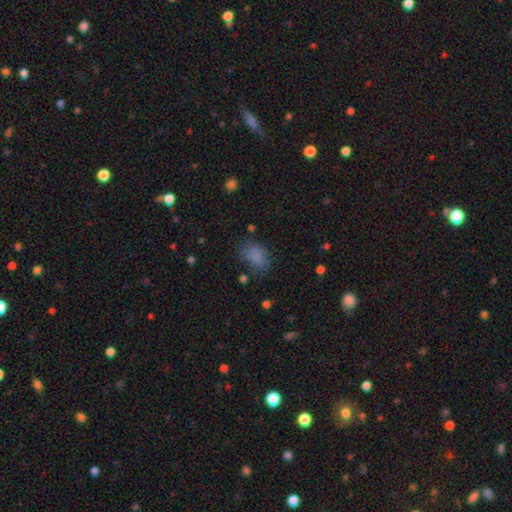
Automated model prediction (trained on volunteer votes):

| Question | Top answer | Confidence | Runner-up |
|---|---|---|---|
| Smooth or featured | smooth | 79% | star or artifact (12%) |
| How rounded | in between | 78% | round (21%) |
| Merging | none | 58% | minor disturbance (25%) |